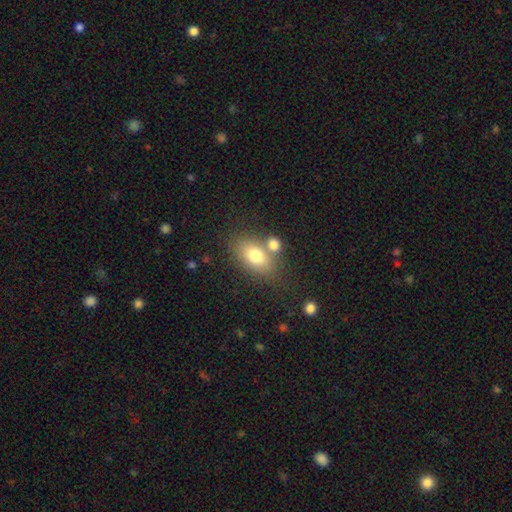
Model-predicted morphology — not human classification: Smooth or featured?
  - smooth: 75% *
  - featured or disk: 16%
  - star or artifact: 10%
How rounded?
  - in between: 83% *
  - round: 15%
  - cigar-shaped: 2%
Merging?
  - none: 56% *
  - merger: 27%
  - minor disturbance: 12%
  - major disturbance: 5%